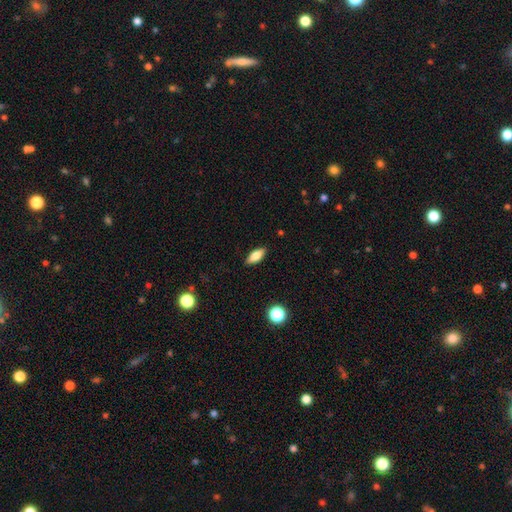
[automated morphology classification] The model was most divided on "smooth or featured": smooth: 71%, featured or disk: 21%, star or artifact: 8%. More confident: merging — none (88%); how rounded — in between (75%).